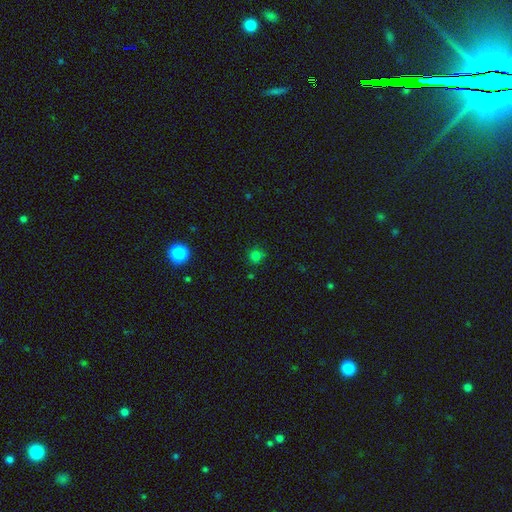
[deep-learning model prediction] This is likely a smooth galaxy (76%). How rounded: clearly round (91%). Merging: clearly none (84%).